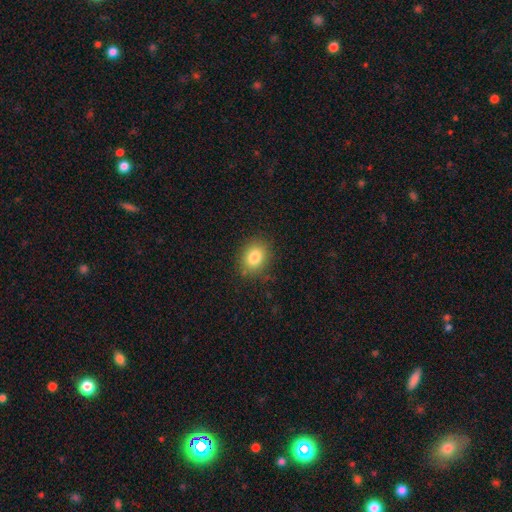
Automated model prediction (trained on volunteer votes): Morphology: type=smooth (82%); roundness=in between (51%); merging=none (87%).